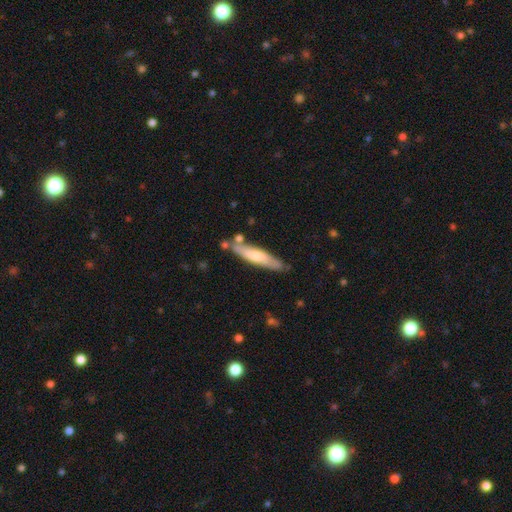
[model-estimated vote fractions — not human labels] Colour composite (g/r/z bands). It shows a smooth galaxy with no disk features (59%) that is cigar-shaped (84%). Merging: none (75%).